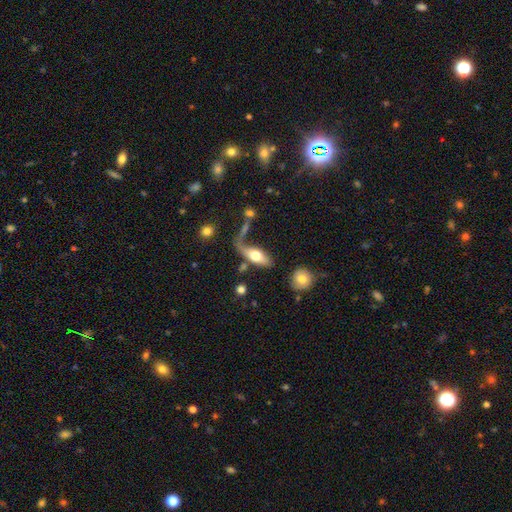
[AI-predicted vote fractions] A smooth galaxy with no disk features (61%) that is in between round and cigar-shaped (79%).

Vote fractions:
- Smooth or featured? smooth: 61% / featured or disk: 32% / star or artifact: 7%
- How rounded? in between: 79% / cigar-shaped: 15% / round: 5%
- Merging? none: 35% / major disturbance: 27% / minor disturbance: 20% / merger: 18%